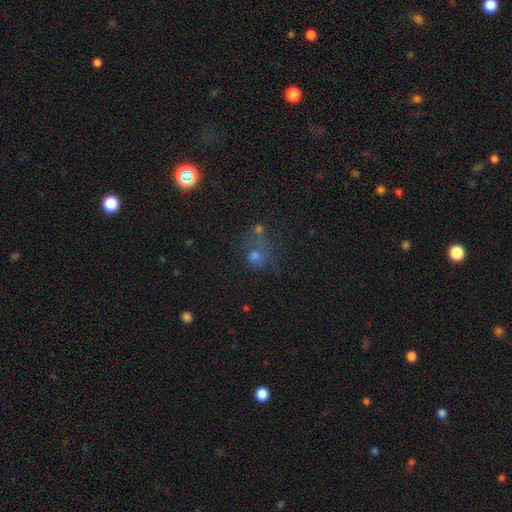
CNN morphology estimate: A smooth galaxy with no disk features (54%) that is round (73%). Merging: none (43%).